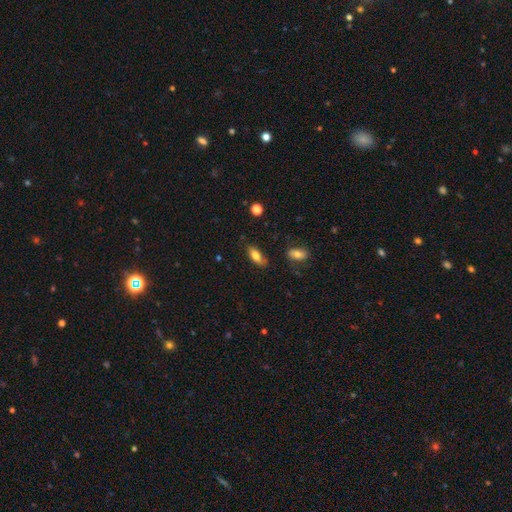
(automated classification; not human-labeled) Morphology: type=smooth (78%); roundness=in between (79%); merging=none (73%).